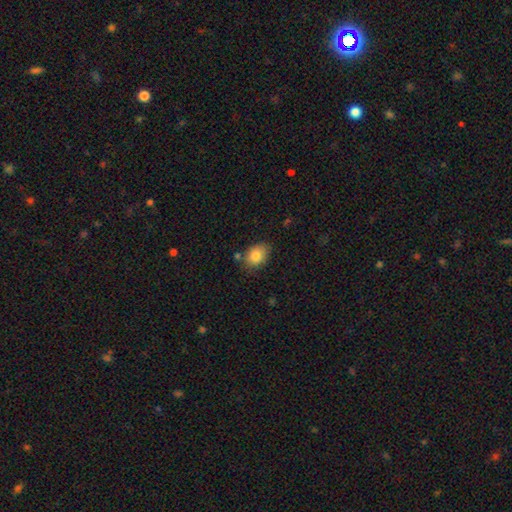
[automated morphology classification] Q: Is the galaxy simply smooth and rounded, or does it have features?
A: smooth — 84%.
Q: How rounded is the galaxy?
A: in between — 70%.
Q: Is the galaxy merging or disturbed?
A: none — 75%.